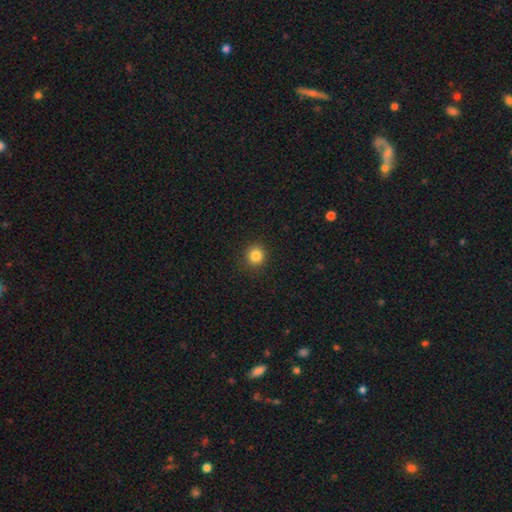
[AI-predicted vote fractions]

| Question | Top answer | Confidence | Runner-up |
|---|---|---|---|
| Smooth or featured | smooth | 84% | star or artifact (12%) |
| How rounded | round | 91% | in between (8%) |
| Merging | none | 91% | minor disturbance (6%) |